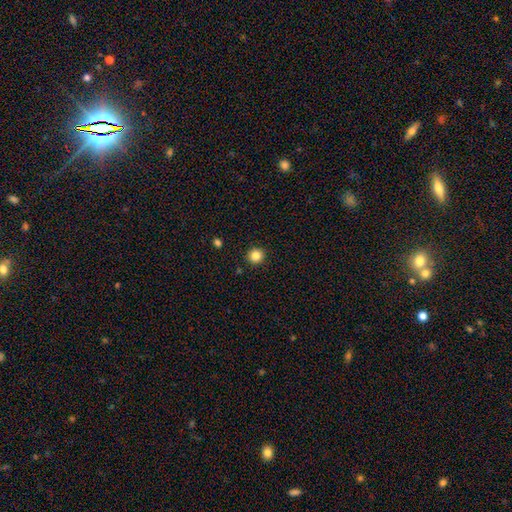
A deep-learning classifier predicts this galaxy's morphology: Smooth or featured? smooth (85%)
How rounded? round (93%)
Merging? none (93%)